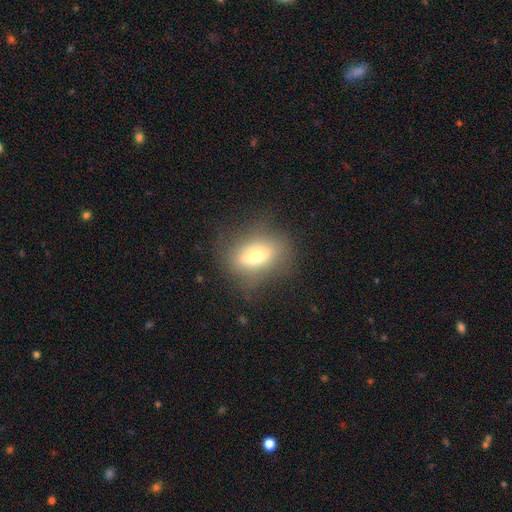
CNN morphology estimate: Smooth or featured? Predicted: smooth (p=0.50). Merging? Predicted: none (p=0.75).